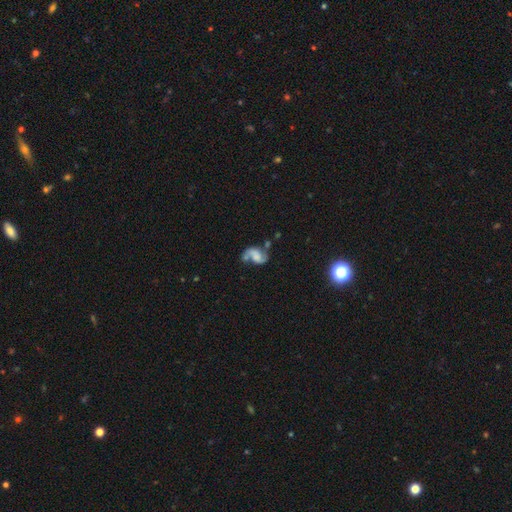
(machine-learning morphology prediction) This is likely a featured or disk galaxy (76%). It is clearly not viewed edge-on (98%). Bar: possibly no (52%). Spiral arm pattern: clearly yes (92%). Spiral arm count: clearly 2 (88%). Spiral winding: possibly loose (53%). Central bulge: marginally none (42%). Merging: possibly none (47%).